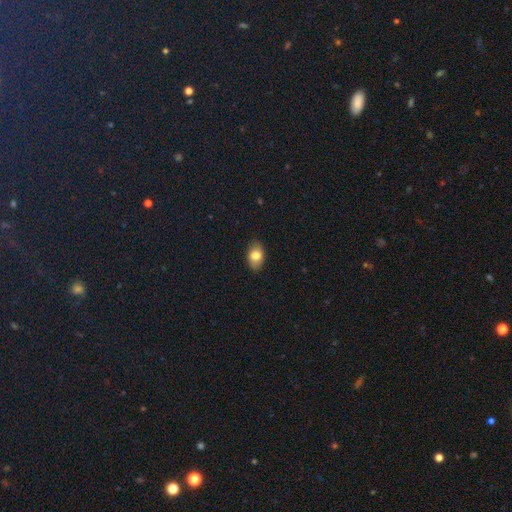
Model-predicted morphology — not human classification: This appears to be a smooth galaxy with no disk features (78%) that is in between round and cigar-shaped (87%). Merging: none (86%).